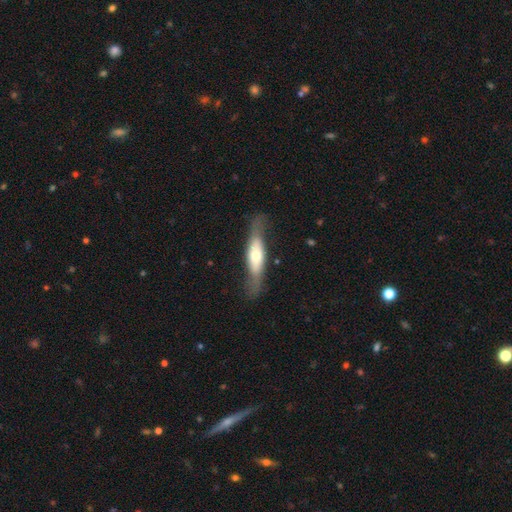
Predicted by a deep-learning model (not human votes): A featured or disk galaxy (50%).

Vote fractions:
- Smooth or featured? featured or disk: 50% / smooth: 45% / star or artifact: 5%
- Merging? none: 70% / minor disturbance: 19% / major disturbance: 9% / merger: 2%